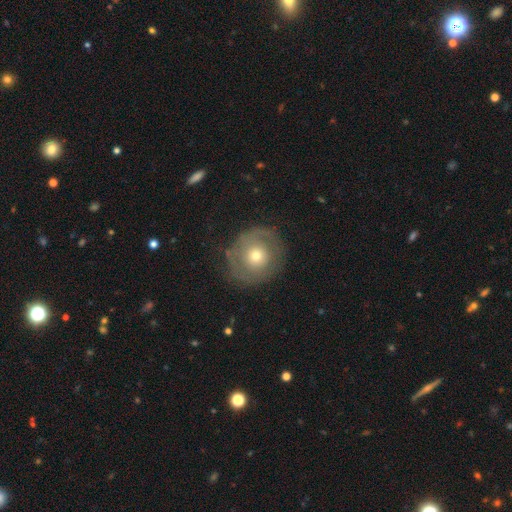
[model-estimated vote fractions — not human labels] Smooth or featured? Predicted: featured or disk (p=0.51). Edge-on disk? Predicted: no (p=0.96). Merging? Predicted: none (p=0.74).